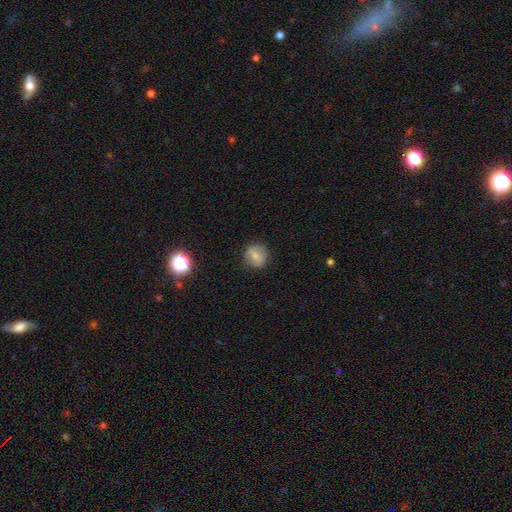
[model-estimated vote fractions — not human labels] A smooth galaxy with no disk features (66%) that is round (88%).

Vote fractions:
- Smooth or featured? smooth: 66% / featured or disk: 24% / star or artifact: 10%
- How rounded? round: 88% / in between: 11% / cigar-shaped: 1%
- Merging? none: 84% / minor disturbance: 11% / major disturbance: 3% / merger: 1%